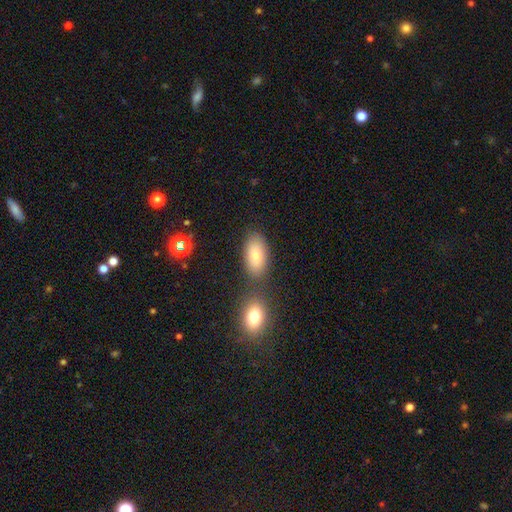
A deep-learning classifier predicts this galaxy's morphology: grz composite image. It shows a smooth galaxy with no disk features (78%) that is in between round and cigar-shaped (92%). Merging: none (70%).